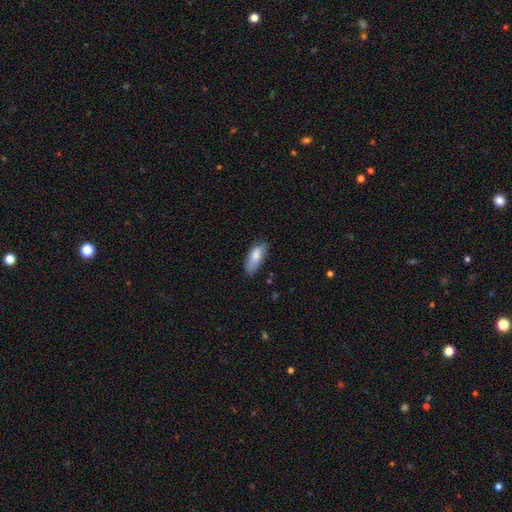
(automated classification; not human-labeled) smooth 79%, featured or disk 15%, star or artifact 6%. Down the decision tree: how rounded — in between (80%); merging — none (63%).